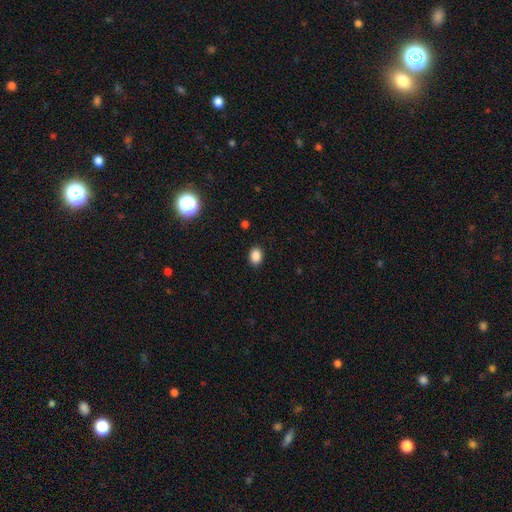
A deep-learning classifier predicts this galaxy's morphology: smooth-or-featured: smooth: 87% | star or artifact: 10% | featured or disk: 3%
  how-rounded: in between: 72% | round: 26% | cigar-shaped: 1%
  merging: none: 88% | minor disturbance: 8% | major disturbance: 2% | merger: 1%